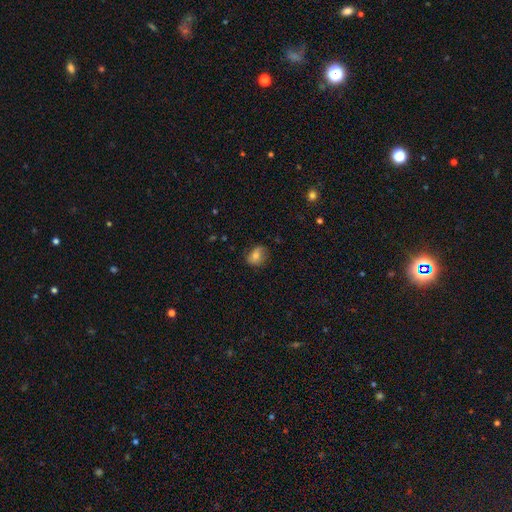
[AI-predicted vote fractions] smooth 67%, featured or disk 23%, star or artifact 10%. Down the decision tree: how rounded — round (50%); merging — none (69%).